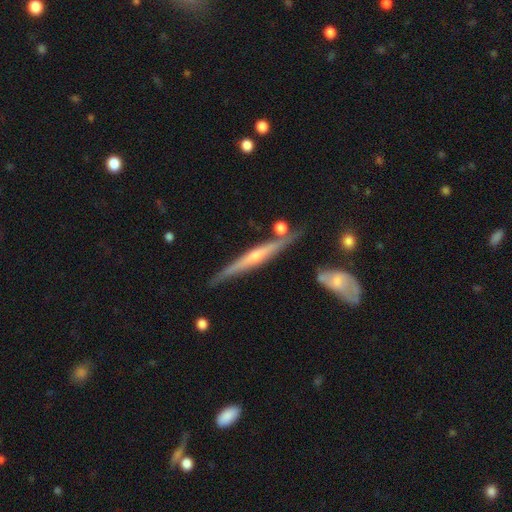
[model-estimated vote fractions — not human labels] Q: Smooth or featured?
A: featured or disk (76%); runner-up: smooth (18%)
Q: Edge-on disk?
A: yes (97%); runner-up: no (3%)
Q: Edge-on bulge?
A: rounded (76%); runner-up: none (18%)
Q: Merging?
A: none (81%); runner-up: minor disturbance (12%)